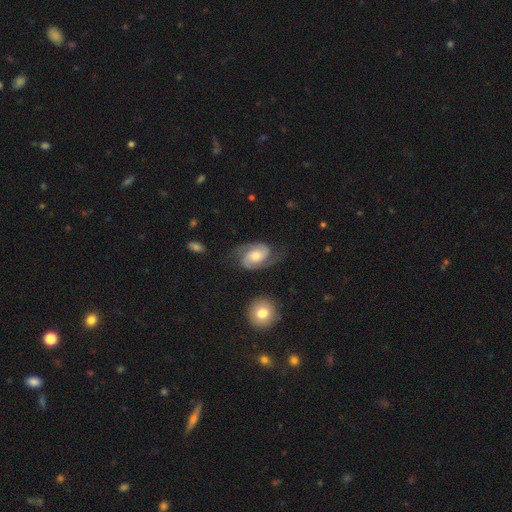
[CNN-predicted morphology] Q: Smooth or featured?
A: featured or disk (85%); runner-up: smooth (10%)
Q: Edge-on disk?
A: no (98%); runner-up: yes (2%)
Q: Bar?
A: no (58%); runner-up: weak (33%)
Q: Spiral arms?
A: yes (97%); runner-up: no (3%)
Q: Spiral winding?
A: medium (52%); runner-up: tight (30%)
Q: Spiral arm count?
A: 2 (92%); runner-up: can't tell (3%)
Q: Bulge size?
A: moderate (61%); runner-up: small (26%)
Q: Merging?
A: none (70%); runner-up: minor disturbance (18%)